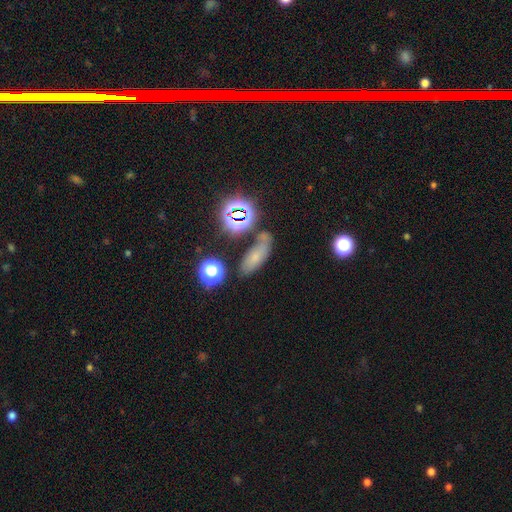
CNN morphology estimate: Smooth or featured: smooth — 56% (star or artifact — 26%)
How rounded: in between — 61% (cigar-shaped — 28%)
Merging: none — 64% (minor disturbance — 18%)